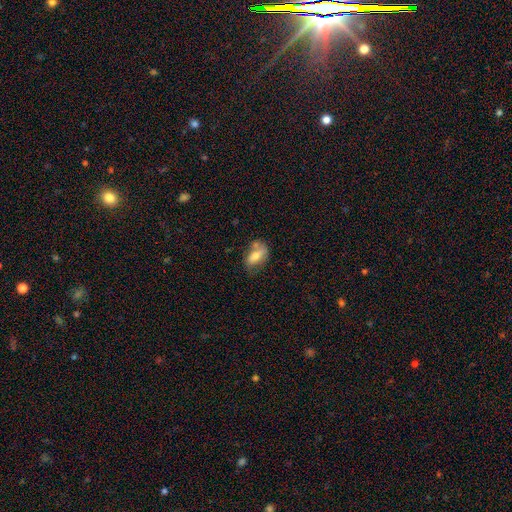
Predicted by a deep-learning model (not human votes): A smooth galaxy with no disk features (62%) that is in between round and cigar-shaped (85%). Merging: none (47%).